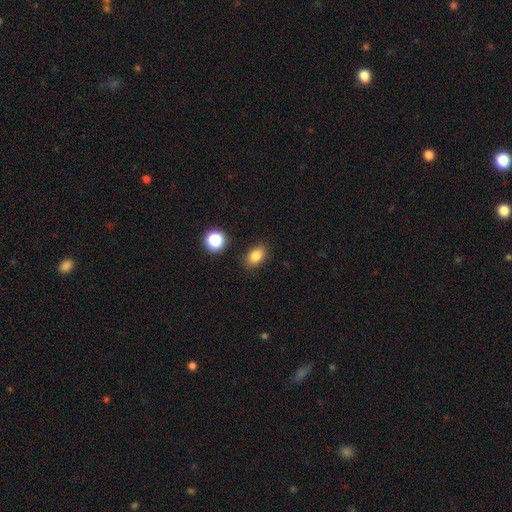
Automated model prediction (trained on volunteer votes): The model was most divided on "how rounded": in between: 81%, round: 17%, cigar-shaped: 2%. More confident: merging — none (85%); smooth or featured — smooth (83%).